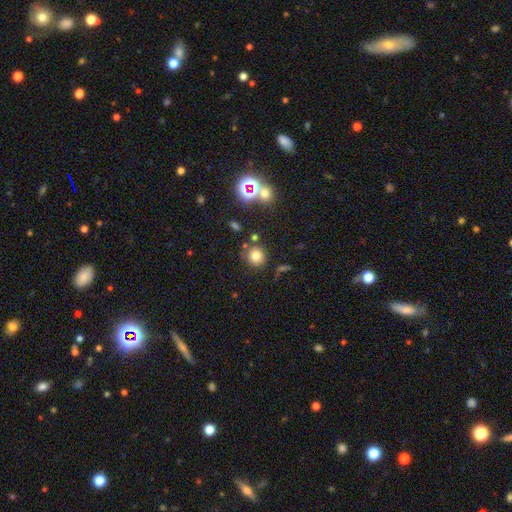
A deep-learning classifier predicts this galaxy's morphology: A smooth galaxy with no disk features (74%) that is round (91%). Merging: none (76%).